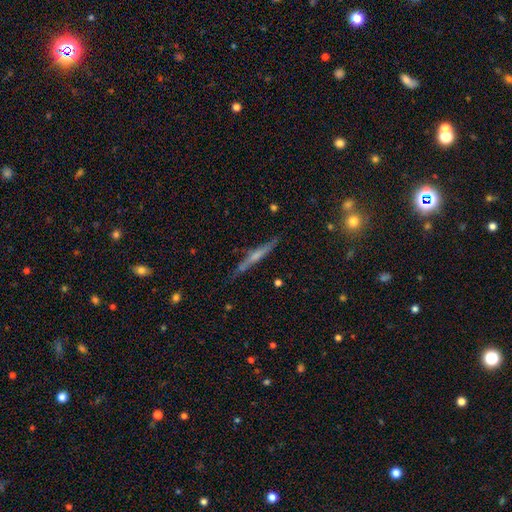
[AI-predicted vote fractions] The model was most divided on "edge-on bulge": none: 46%, rounded: 42%, boxy: 12%. More confident: edge-on disk — yes (96%); merging — none (81%); smooth or featured — featured or disk (60%).